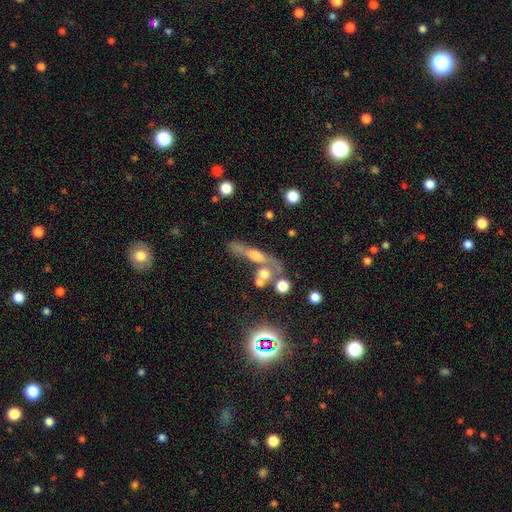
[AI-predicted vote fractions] A featured or disk galaxy (50%) viewed edge-on (65%).

Vote fractions:
- Smooth or featured? featured or disk: 50% / smooth: 33% / star or artifact: 17%
- Edge-on disk? yes: 65% / no: 35%
- Merging? none: 43% / merger: 29% / minor disturbance: 15% / major disturbance: 13%